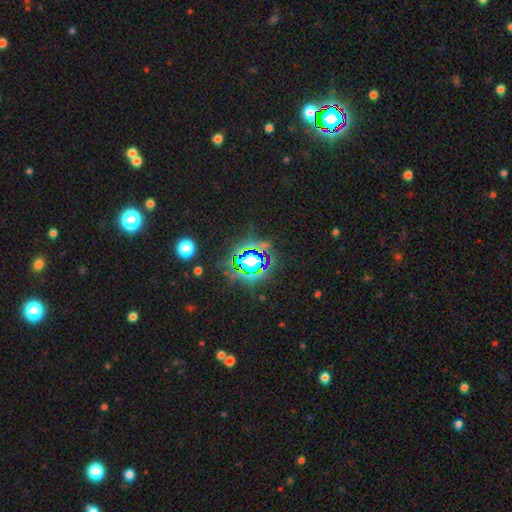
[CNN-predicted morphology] A star or artifact, not a galaxy (80%).